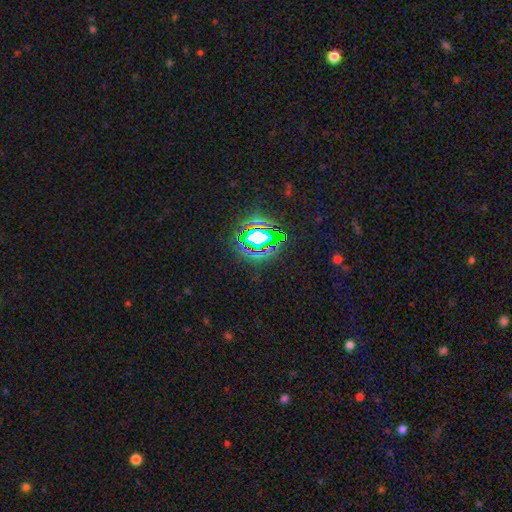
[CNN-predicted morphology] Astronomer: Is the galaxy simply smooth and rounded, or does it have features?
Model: star or artifact — 83%.